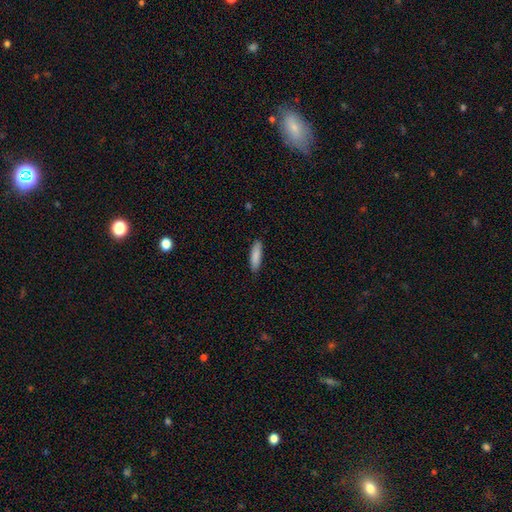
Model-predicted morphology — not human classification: smooth 87%, featured or disk 8%, star or artifact 6%. Down the decision tree: how rounded — cigar-shaped (63%); merging — none (88%).